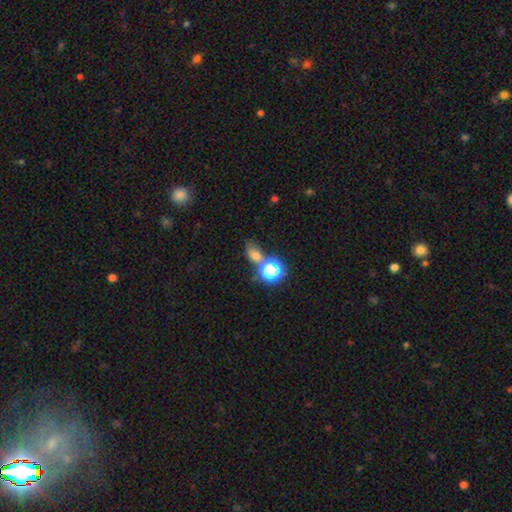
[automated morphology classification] smooth 62%, star or artifact 27%, featured or disk 11%. Down the decision tree: how rounded — in between (64%); merging — none (49%).